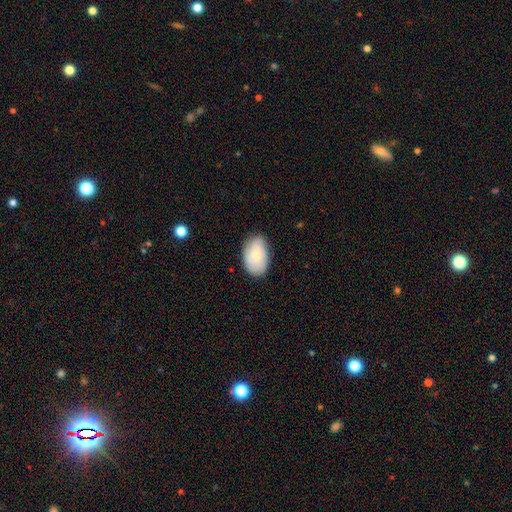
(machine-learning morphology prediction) smooth_or_featured: smooth (p=0.71) [alt: featured or disk p=0.23]
how_rounded: in between (p=0.91) [alt: round p=0.08]
merging: none (p=0.76) [alt: minor disturbance p=0.19]